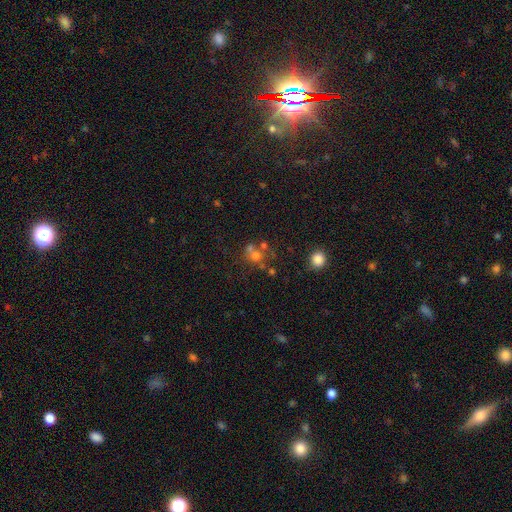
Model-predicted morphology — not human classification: This appears to be a smooth galaxy with no disk features (59%) that is round (80%). Merging: none (45%).